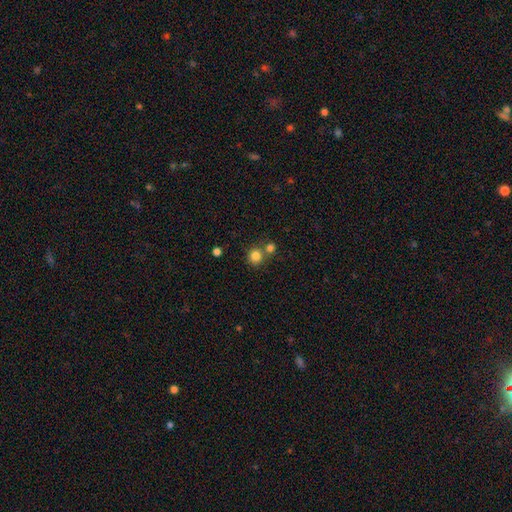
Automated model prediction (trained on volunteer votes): A smooth galaxy with no disk features (81%) that is round (90%). Merging: none (61%).